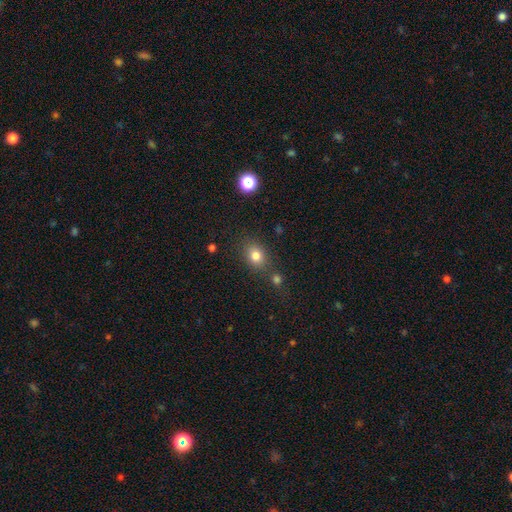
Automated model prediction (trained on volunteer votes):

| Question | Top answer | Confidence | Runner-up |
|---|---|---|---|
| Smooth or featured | smooth | 80% | star or artifact (13%) |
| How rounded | round | 51% | in between (48%) |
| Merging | none | 74% | minor disturbance (12%) |